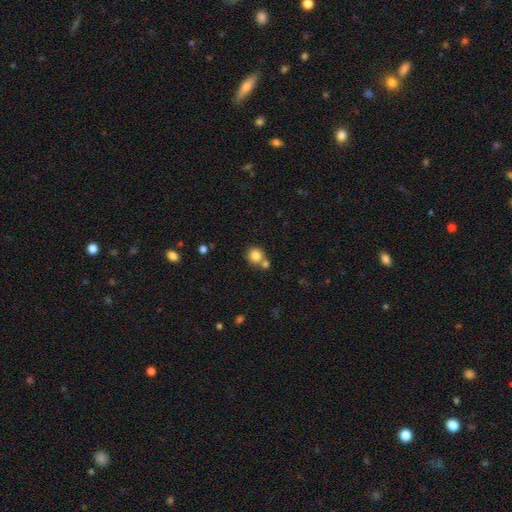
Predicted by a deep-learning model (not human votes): This appears to be a smooth galaxy with no disk features (82%) that is round (88%). Merging: none (58%).